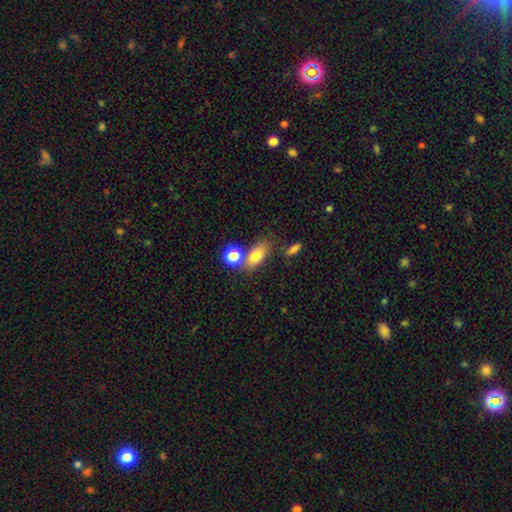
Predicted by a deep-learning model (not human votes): A smooth galaxy with no disk features (77%) that is in between round and cigar-shaped (78%).

Vote fractions:
- Smooth or featured? smooth: 77% / featured or disk: 12% / star or artifact: 11%
- How rounded? in between: 78% / round: 15% / cigar-shaped: 6%
- Merging? none: 59% / merger: 24% / minor disturbance: 13% / major disturbance: 5%